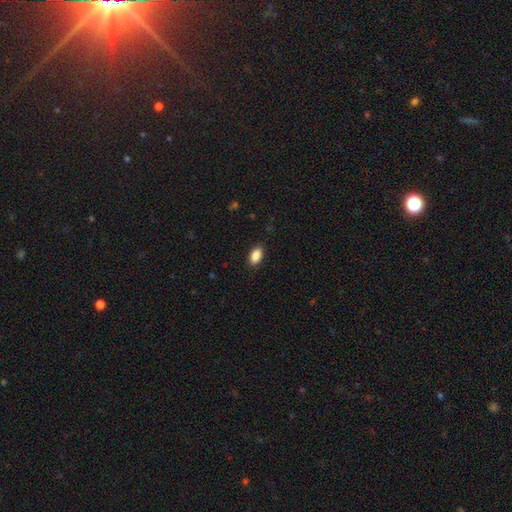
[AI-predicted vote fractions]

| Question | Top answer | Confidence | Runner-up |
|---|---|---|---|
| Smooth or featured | smooth | 89% | star or artifact (8%) |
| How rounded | in between | 92% | round (5%) |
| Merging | none | 88% | minor disturbance (9%) |